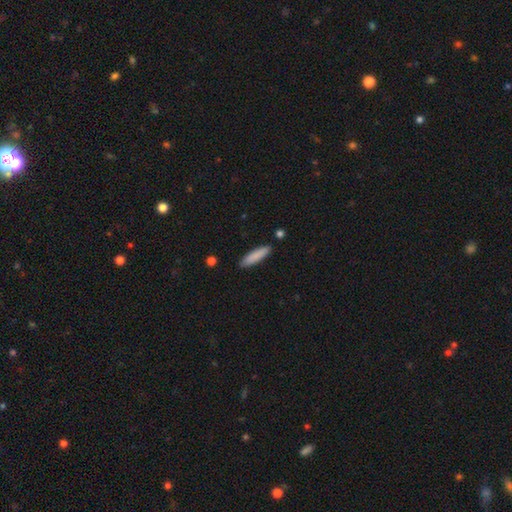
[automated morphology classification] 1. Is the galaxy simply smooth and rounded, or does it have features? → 86% smooth, 8% featured or disk, 6% star or artifact.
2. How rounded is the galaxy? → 75% cigar-shaped, 23% in between, 1% round.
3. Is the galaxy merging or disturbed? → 87% none, 9% minor disturbance, 2% merger, 2% major disturbance.